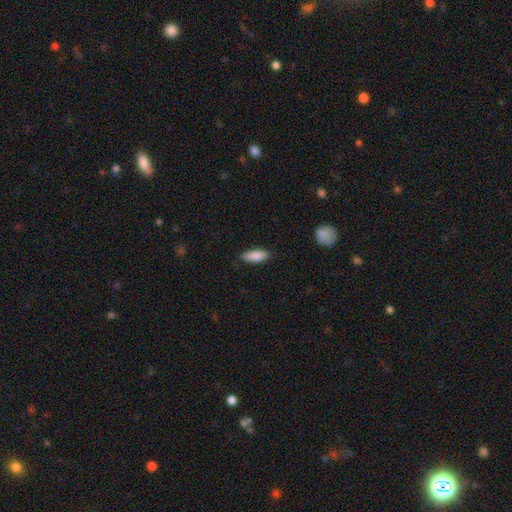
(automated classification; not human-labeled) smooth-or-featured: smooth: 87% | featured or disk: 7% | star or artifact: 6%
  how-rounded: in between: 67% | cigar-shaped: 31% | round: 2%
  merging: none: 83% | minor disturbance: 13% | major disturbance: 2% | merger: 1%